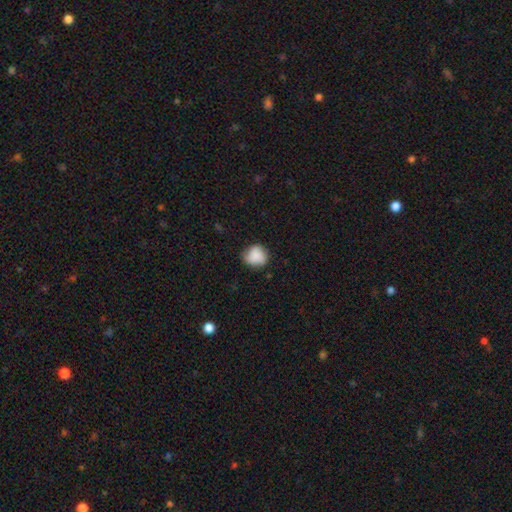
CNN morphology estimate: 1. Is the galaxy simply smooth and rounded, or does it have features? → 86% smooth, 8% star or artifact, 7% featured or disk.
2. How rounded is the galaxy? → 81% round, 18% in between, 1% cigar-shaped.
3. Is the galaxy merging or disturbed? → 69% none, 24% minor disturbance, 5% major disturbance, 2% merger.